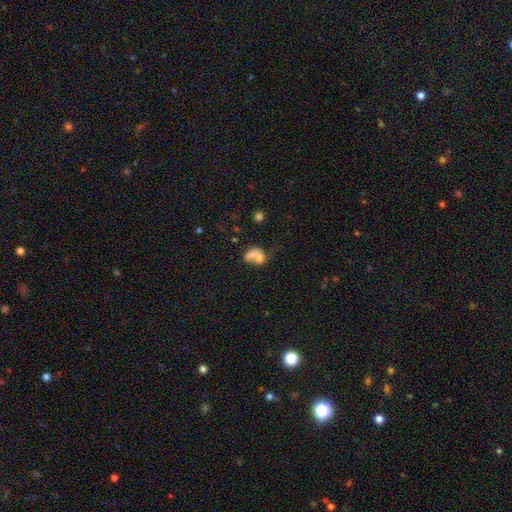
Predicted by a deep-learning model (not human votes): This is likely a smooth galaxy (64%). How rounded: likely in between (61%). Merging: possibly merger (57%).